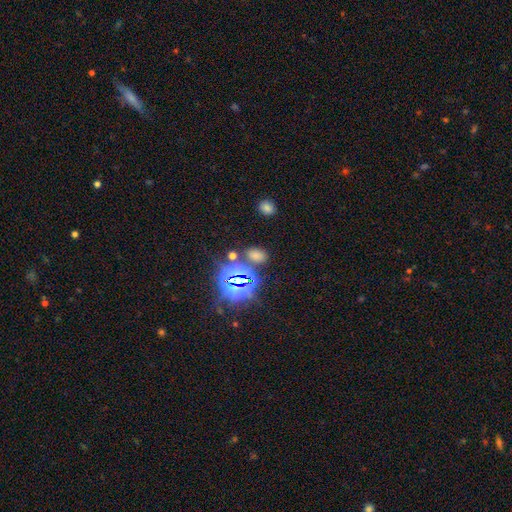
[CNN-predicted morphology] Smooth or featured? smooth (53%)
How rounded? in between (83%)
Merging? none (77%)